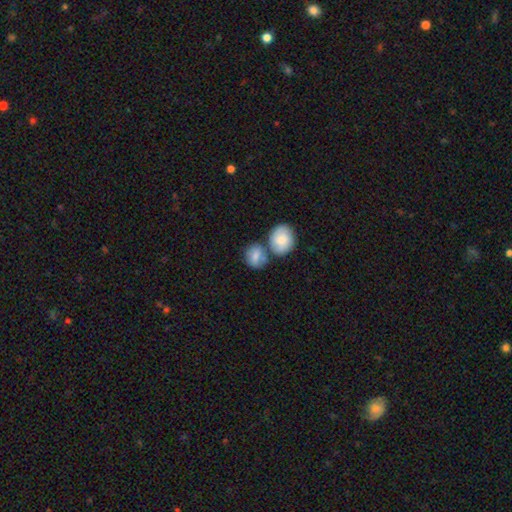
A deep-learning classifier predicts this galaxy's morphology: smooth_or_featured: smooth (p=0.79) [alt: featured or disk p=0.14]
how_rounded: round (p=0.51) [alt: in between p=0.47]
merging: merger (p=0.46) [alt: none p=0.37]